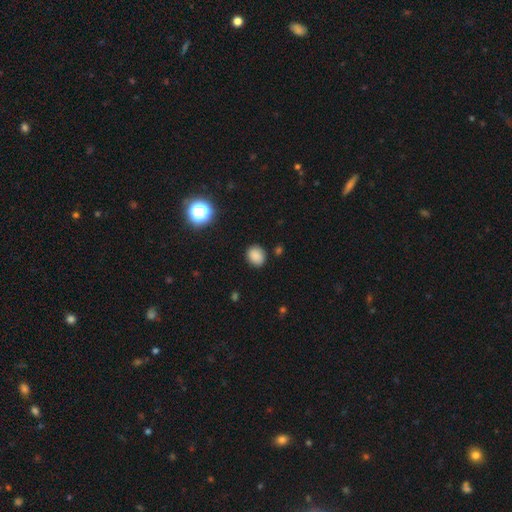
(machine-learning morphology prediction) Smooth or featured? smooth (85%)
How rounded? round (61%)
Merging? none (85%)